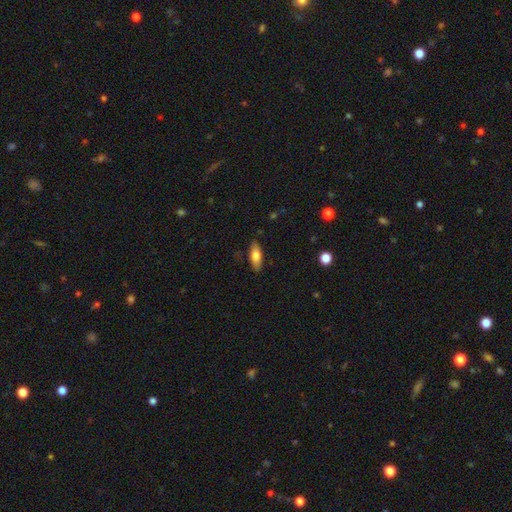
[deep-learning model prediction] Q: Smooth or featured?
A: smooth (74%); runner-up: featured or disk (20%)
Q: How rounded?
A: in between (69%); runner-up: cigar-shaped (28%)
Q: Merging?
A: none (85%); runner-up: minor disturbance (12%)